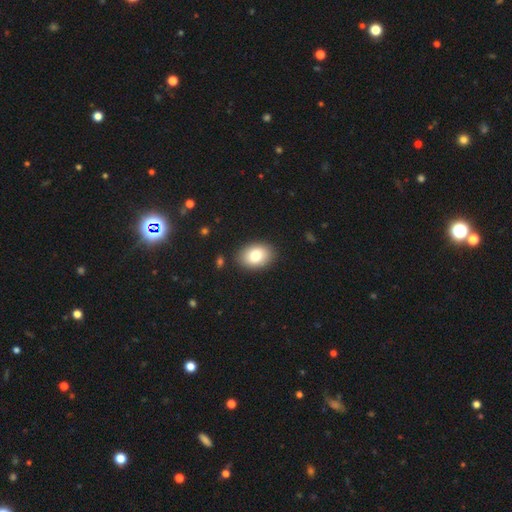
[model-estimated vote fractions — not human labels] Smooth or featured? smooth (81%)
How rounded? in between (80%)
Merging? none (88%)